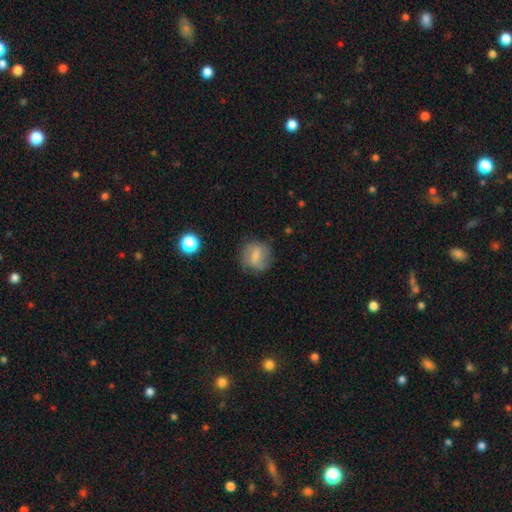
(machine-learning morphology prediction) smooth-or-featured: smooth: 62% | featured or disk: 28% | star or artifact: 10%
  how-rounded: round: 75% | in between: 23% | cigar-shaped: 2%
  merging: none: 71% | minor disturbance: 19% | major disturbance: 8% | merger: 2%